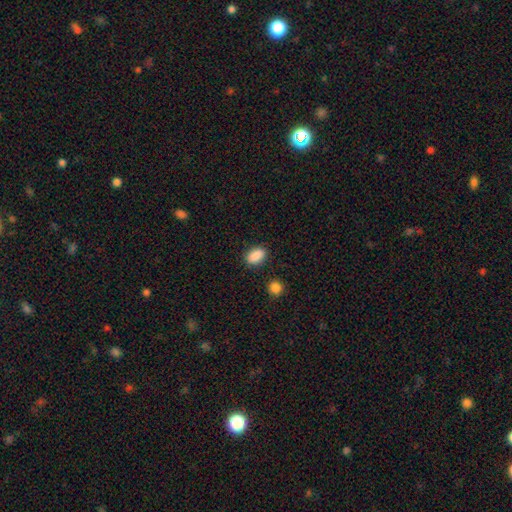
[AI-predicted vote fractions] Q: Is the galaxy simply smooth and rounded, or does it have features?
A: smooth — 89%.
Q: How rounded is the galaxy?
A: in between — 87%.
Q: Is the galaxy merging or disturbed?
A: none — 86%.